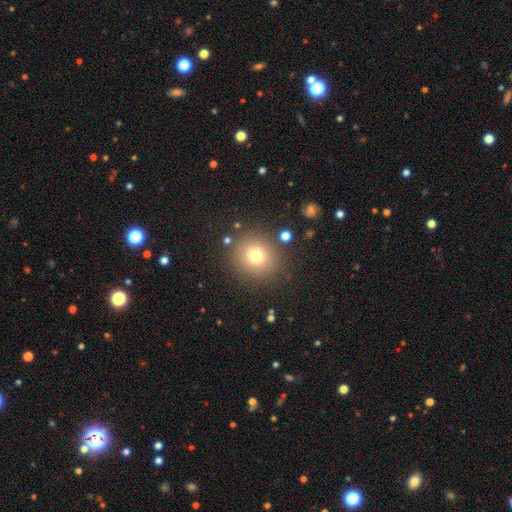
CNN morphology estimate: Smooth or featured? smooth (74%)
How rounded? round (88%)
Merging? none (84%)